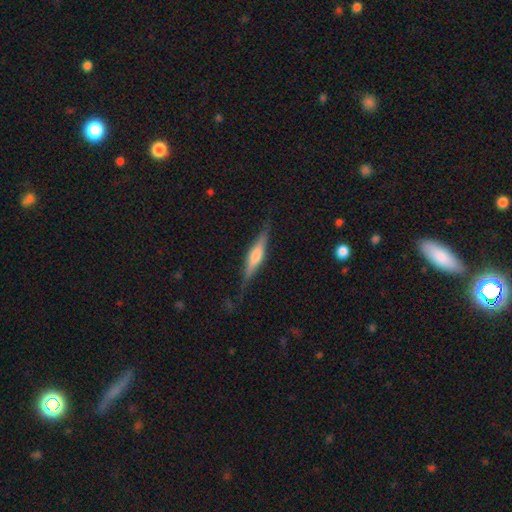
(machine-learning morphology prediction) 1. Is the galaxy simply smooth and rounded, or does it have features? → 57% featured or disk, 37% smooth, 6% star or artifact.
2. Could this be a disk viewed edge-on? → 95% yes, 5% no.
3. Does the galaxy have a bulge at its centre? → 73% rounded, 17% boxy, 10% none.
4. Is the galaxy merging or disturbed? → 78% none, 16% minor disturbance, 4% major disturbance, 1% merger.